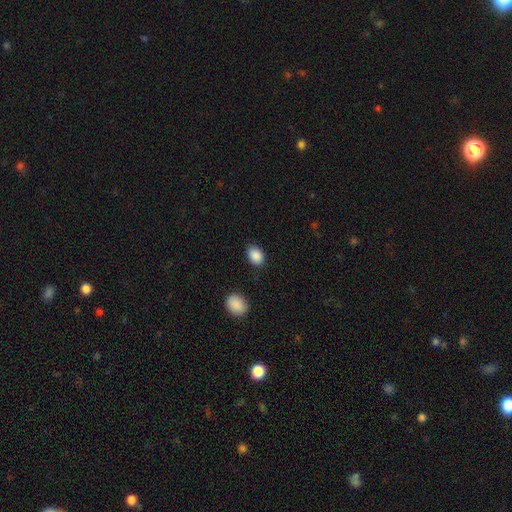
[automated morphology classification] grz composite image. It shows a smooth galaxy with no disk features (89%) that is in between round and cigar-shaped (69%). Merging: none (83%).